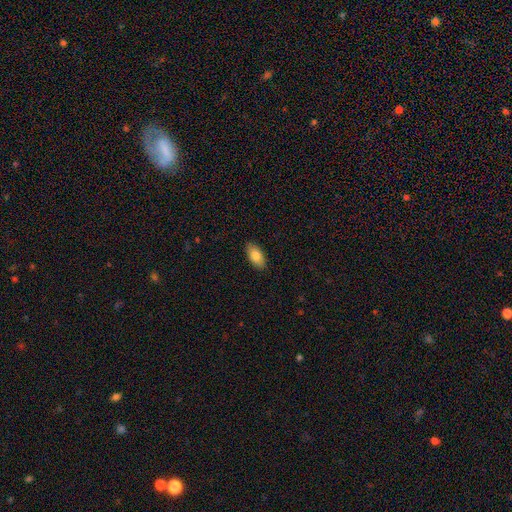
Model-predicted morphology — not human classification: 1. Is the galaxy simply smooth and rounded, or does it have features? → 82% smooth, 11% featured or disk, 7% star or artifact.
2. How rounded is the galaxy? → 92% in between, 5% cigar-shaped, 3% round.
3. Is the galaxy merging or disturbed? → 89% none, 8% minor disturbance, 2% major disturbance, 1% merger.